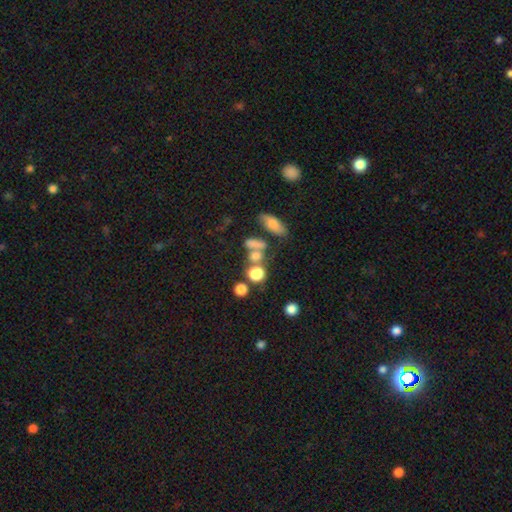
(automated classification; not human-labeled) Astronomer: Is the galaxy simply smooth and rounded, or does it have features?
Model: smooth — 71%.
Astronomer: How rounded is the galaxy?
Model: round — 63%.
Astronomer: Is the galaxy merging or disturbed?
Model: none — 43% (runner-up: merger, 37%).